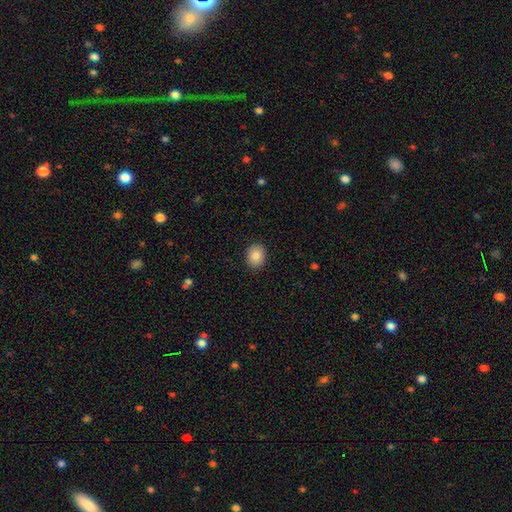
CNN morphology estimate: A smooth galaxy with no disk features (86%) that is round (52%).

Vote fractions:
- Smooth or featured? smooth: 86% / star or artifact: 8% / featured or disk: 6%
- How rounded? round: 52% / in between: 47% / cigar-shaped: 1%
- Merging? none: 90% / minor disturbance: 7% / major disturbance: 2% / merger: 1%